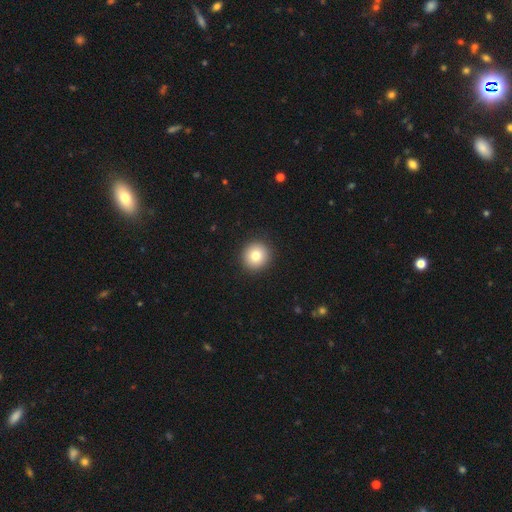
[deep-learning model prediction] Q: Smooth or featured?
A: smooth (79%); runner-up: star or artifact (10%)
Q: How rounded?
A: round (94%); runner-up: in between (5%)
Q: Merging?
A: none (92%); runner-up: minor disturbance (5%)